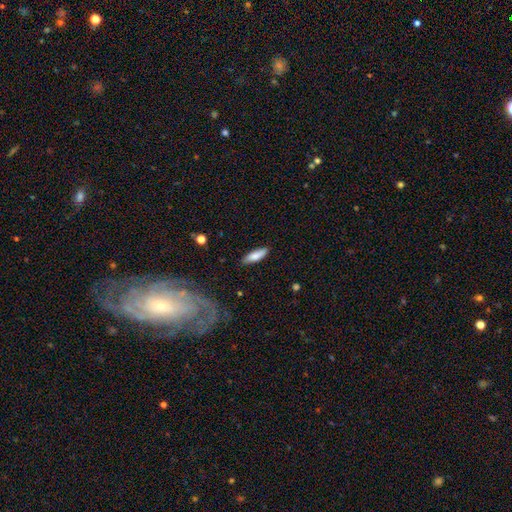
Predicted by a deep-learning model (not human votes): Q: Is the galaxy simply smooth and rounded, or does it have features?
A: smooth — 82%.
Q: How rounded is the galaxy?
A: cigar-shaped — 57%.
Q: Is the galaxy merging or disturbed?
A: none — 85%.